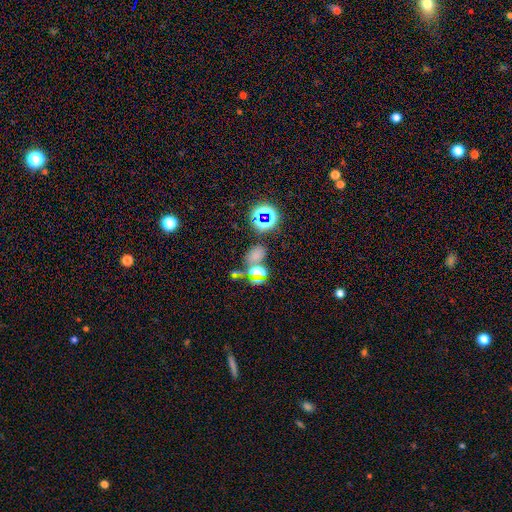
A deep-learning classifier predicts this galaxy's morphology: smooth_or_featured: smooth (p=0.50) [alt: star or artifact p=0.41]
merging: none (p=0.58) [alt: merger p=0.22]